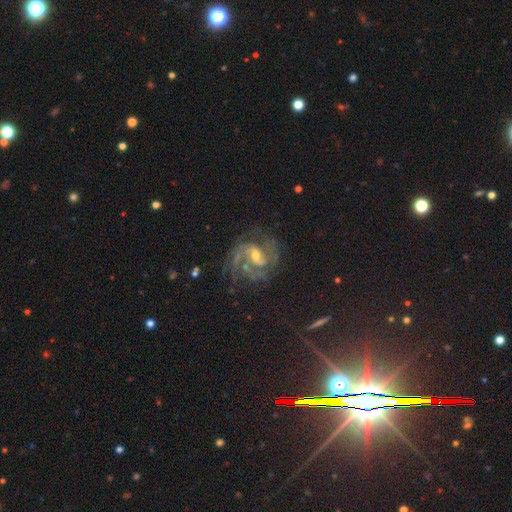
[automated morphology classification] smooth_or_featured: featured or disk (p=0.88) [alt: star or artifact p=0.08]
disk_edge_on: no (p=0.98) [alt: yes p=0.02]
bar: weak (p=0.50) [alt: no p=0.33]
has_spiral_arms: yes (p=0.97) [alt: no p=0.03]
spiral_winding: medium (p=0.48) [alt: tight p=0.41]
spiral_arm_count: 2 (p=0.47) [alt: 3 p=0.21]
bulge_size: small (p=0.48) [alt: moderate p=0.47]
merging: none (p=0.65) [alt: minor disturbance p=0.17]